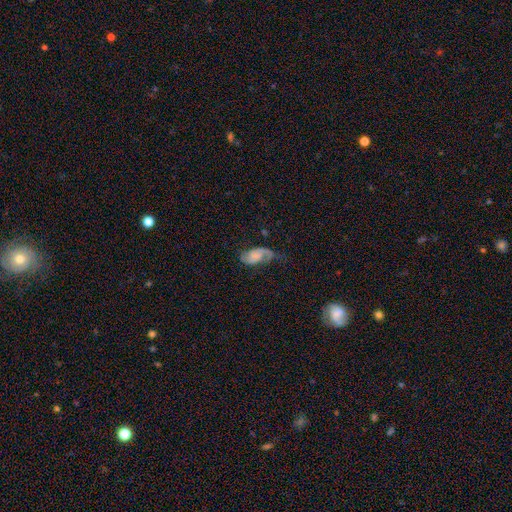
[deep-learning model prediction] smooth_or_featured: featured or disk (p=0.65) [alt: smooth p=0.28]
disk_edge_on: no (p=0.97) [alt: yes p=0.03]
bar: no (p=0.60) [alt: weak p=0.32]
has_spiral_arms: yes (p=0.91) [alt: no p=0.09]
spiral_winding: medium (p=0.41) [alt: loose p=0.38]
spiral_arm_count: 2 (p=0.71) [alt: 1 p=0.21]
bulge_size: none (p=0.47) [alt: small p=0.26]
merging: none (p=0.44) [alt: minor disturbance p=0.28]